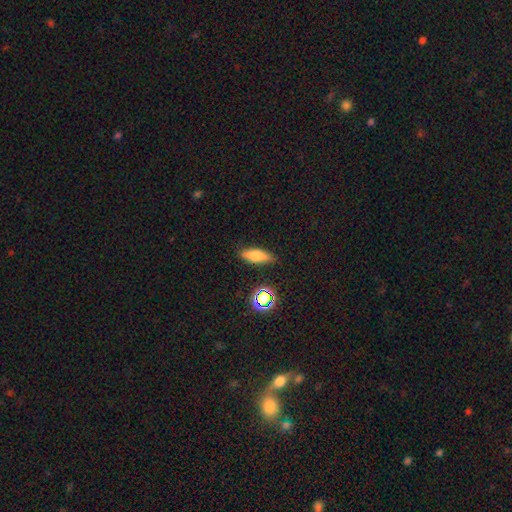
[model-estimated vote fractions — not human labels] A smooth galaxy with no disk features (69%) that is in between round and cigar-shaped (59%). Merging: none (84%).